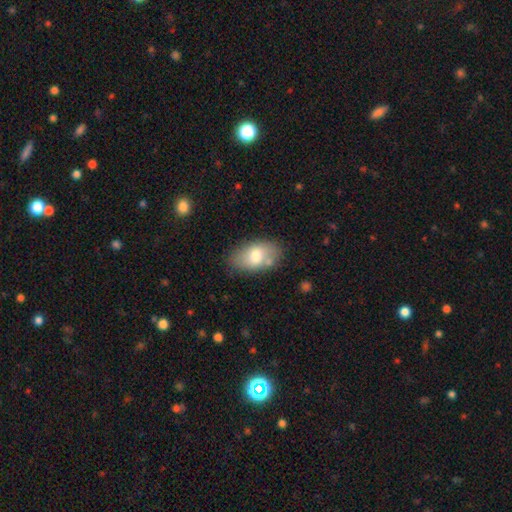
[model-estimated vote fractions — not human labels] Smooth or featured: smooth — 71% (featured or disk — 23%)
How rounded: in between — 93% (round — 5%)
Merging: none — 72% (minor disturbance — 18%)